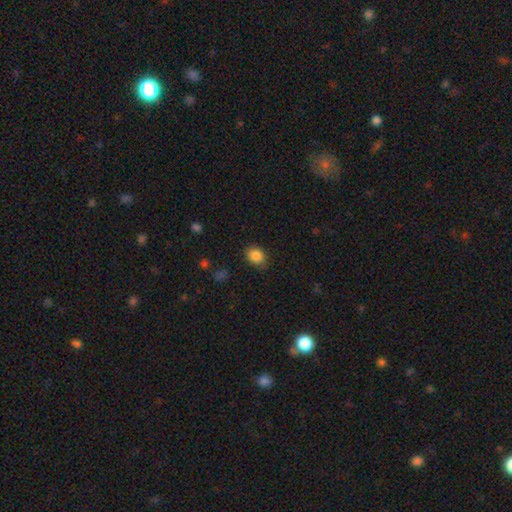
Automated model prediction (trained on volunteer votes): This appears to be a smooth galaxy with no disk features (86%) that is in between round and cigar-shaped (57%). Merging: none (83%).